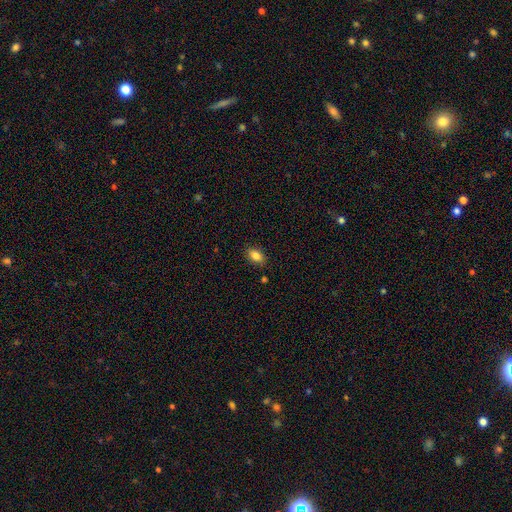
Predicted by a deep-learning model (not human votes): Smooth or featured: smooth — 85% (star or artifact — 9%)
How rounded: in between — 88% (round — 10%)
Merging: none — 86% (minor disturbance — 10%)